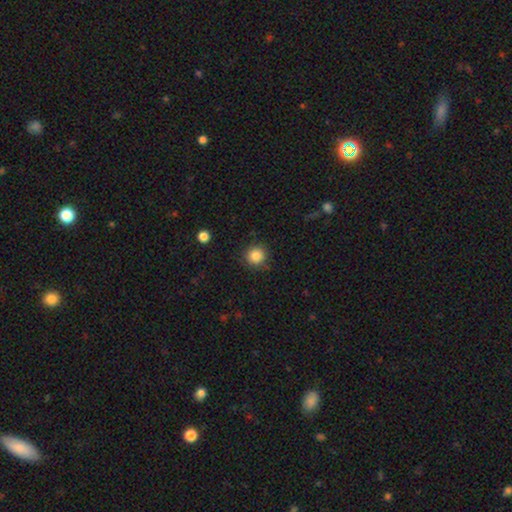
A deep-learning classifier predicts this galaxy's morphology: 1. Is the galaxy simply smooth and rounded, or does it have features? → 85% smooth, 10% star or artifact, 5% featured or disk.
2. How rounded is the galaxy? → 93% round, 6% in between, 1% cigar-shaped.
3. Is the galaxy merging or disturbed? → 88% none, 8% minor disturbance, 3% major disturbance, 1% merger.